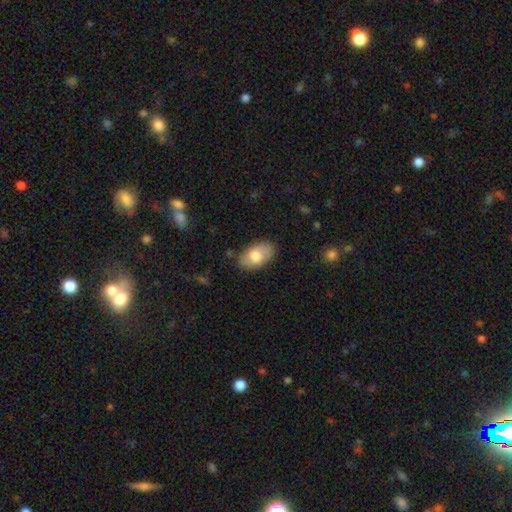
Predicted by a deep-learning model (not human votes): Smooth or featured: smooth — 71% (featured or disk — 23%)
How rounded: in between — 93% (round — 5%)
Merging: none — 80% (minor disturbance — 15%)